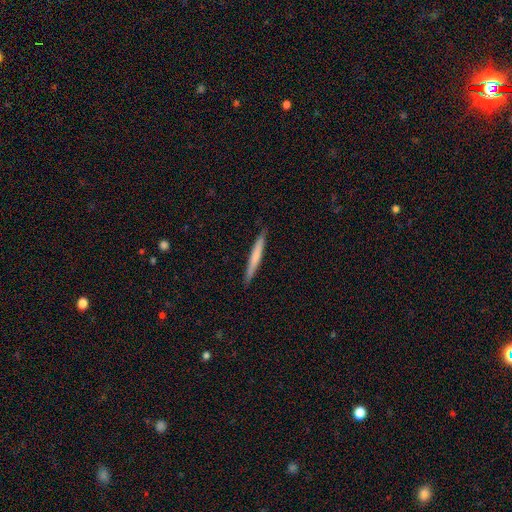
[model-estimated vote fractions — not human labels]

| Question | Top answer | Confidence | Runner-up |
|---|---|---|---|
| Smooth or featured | smooth | 63% | featured or disk (32%) |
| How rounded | cigar-shaped | 97% | in between (2%) |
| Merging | none | 90% | minor disturbance (8%) |